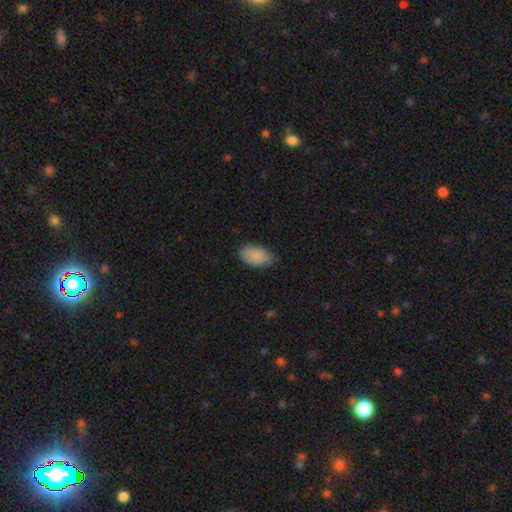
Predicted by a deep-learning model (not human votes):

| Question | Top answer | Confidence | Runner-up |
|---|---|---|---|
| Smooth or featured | smooth | 88% | star or artifact (6%) |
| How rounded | in between | 94% | round (4%) |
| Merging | none | 73% | minor disturbance (22%) |